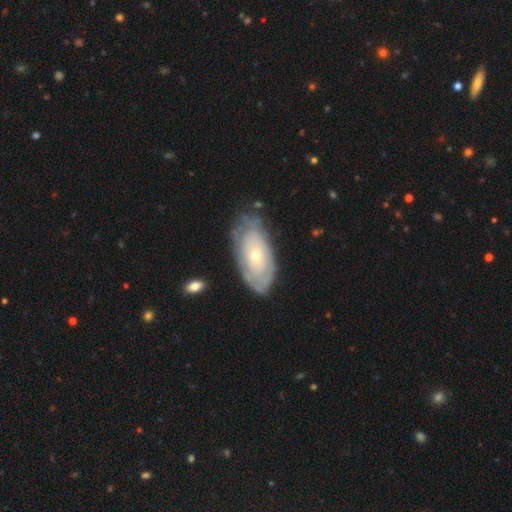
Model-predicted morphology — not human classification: This appears to be a featured or disk galaxy (60%) with no bar (87%), spiral arms (58%) and a small central bulge (64%). Merging: none (71%).